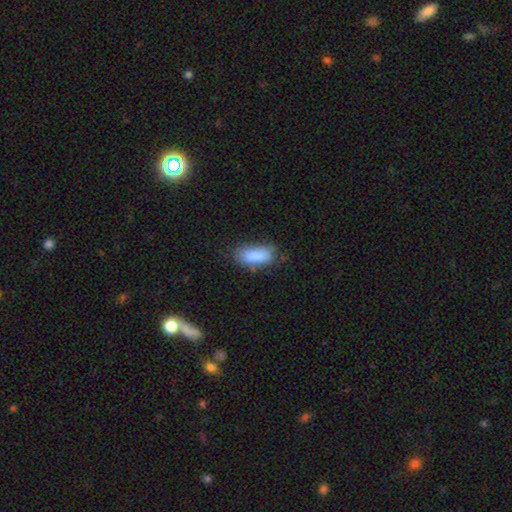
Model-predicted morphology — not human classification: smooth-or-featured: smooth: 86% | star or artifact: 8% | featured or disk: 7%
  how-rounded: in between: 85% | cigar-shaped: 12% | round: 3%
  merging: none: 69% | minor disturbance: 22% | major disturbance: 7% | merger: 2%